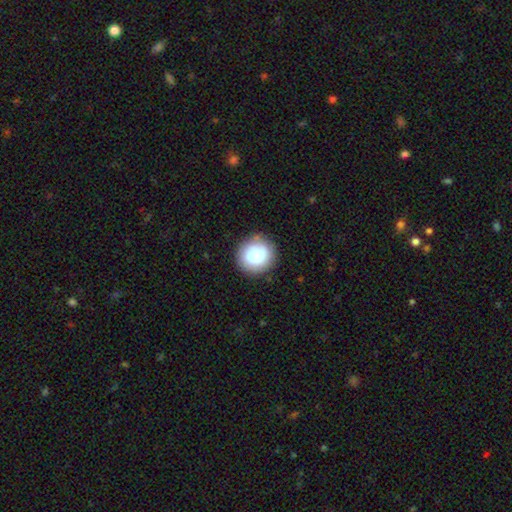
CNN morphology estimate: The model was most divided on "smooth or featured": smooth: 79%, featured or disk: 13%, star or artifact: 8%. More confident: how rounded — round (89%); merging — none (83%).